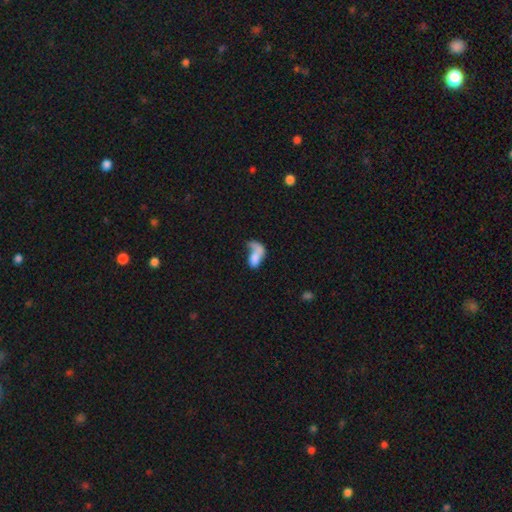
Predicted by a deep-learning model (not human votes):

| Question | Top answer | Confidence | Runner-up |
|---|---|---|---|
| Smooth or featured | smooth | 64% | featured or disk (26%) |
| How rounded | in between | 85% | round (10%) |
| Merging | merger | 39% | major disturbance (30%) |